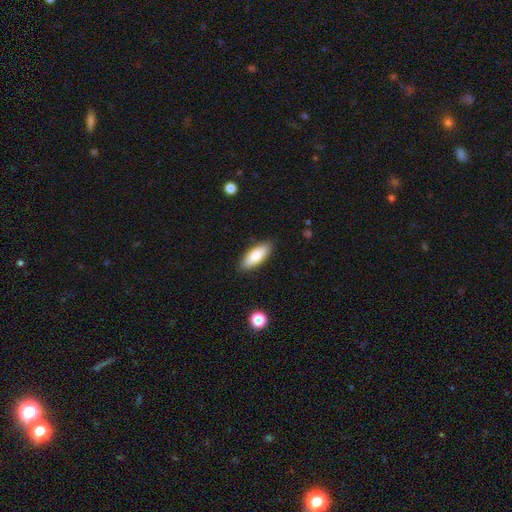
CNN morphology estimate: Q: Smooth or featured?
A: smooth (80%); runner-up: featured or disk (14%)
Q: How rounded?
A: in between (79%); runner-up: cigar-shaped (20%)
Q: Merging?
A: none (88%); runner-up: minor disturbance (9%)